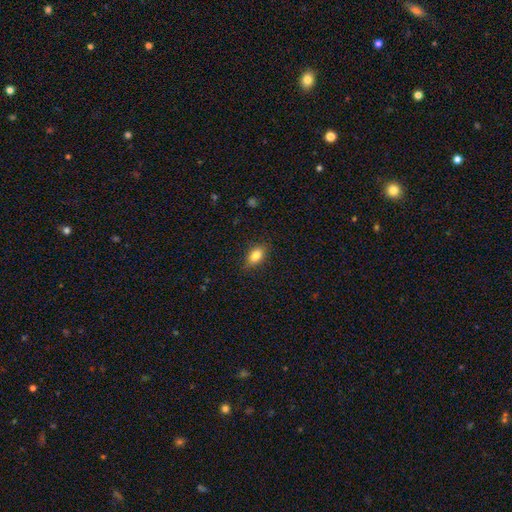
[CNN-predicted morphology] Smooth or featured? smooth (83%)
How rounded? in between (85%)
Merging? none (83%)